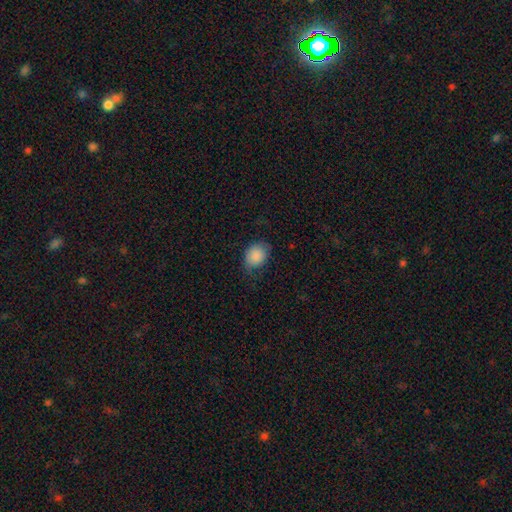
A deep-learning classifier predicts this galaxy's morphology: Overall: smooth (84%). How rounded: in between (55%; round 44%). Merging: none (63%; minor disturbance 27%).